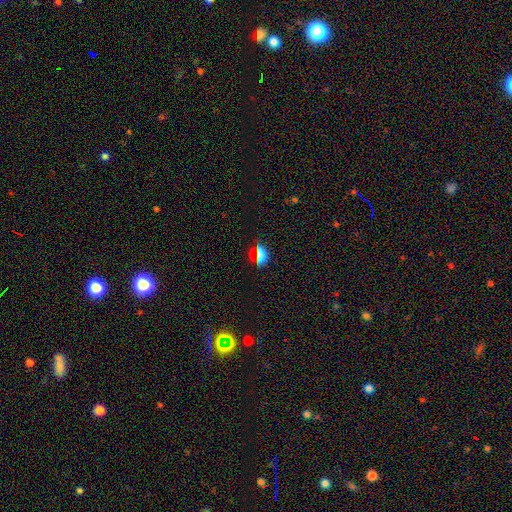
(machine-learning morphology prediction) Smooth or featured: smooth — 50% (star or artifact — 39%)
How rounded: in between — 44% (round — 43%)
Merging: none — 84% (minor disturbance — 9%)